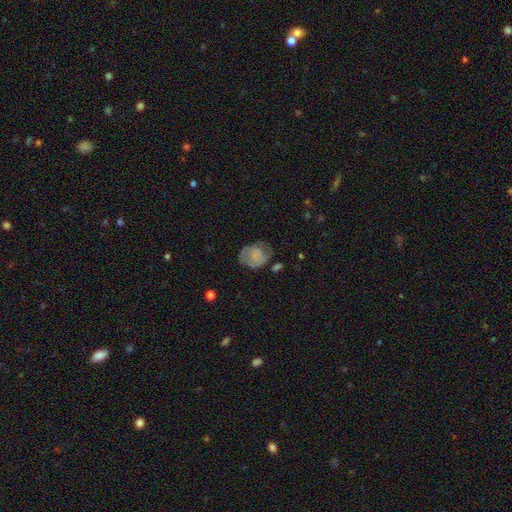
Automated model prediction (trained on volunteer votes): Q: Smooth or featured?
A: smooth (59%); runner-up: featured or disk (31%)
Q: How rounded?
A: in between (54%); runner-up: round (45%)
Q: Merging?
A: none (48%); runner-up: minor disturbance (30%)